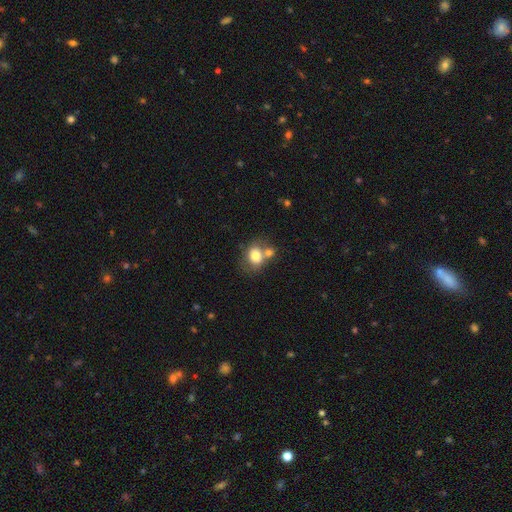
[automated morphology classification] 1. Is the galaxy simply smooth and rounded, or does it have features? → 77% smooth, 14% featured or disk, 9% star or artifact.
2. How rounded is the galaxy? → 57% round, 43% in between, 1% cigar-shaped.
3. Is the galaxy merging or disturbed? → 42% none, 40% merger, 13% minor disturbance, 5% major disturbance.